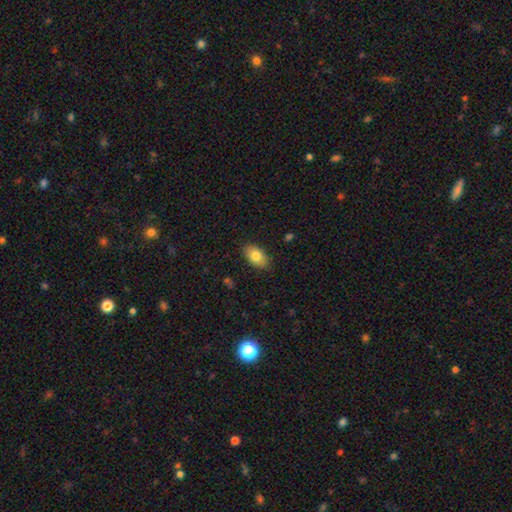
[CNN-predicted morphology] This appears to be a smooth galaxy with no disk features (80%) that is in between round and cigar-shaped (90%). Merging: none (85%).